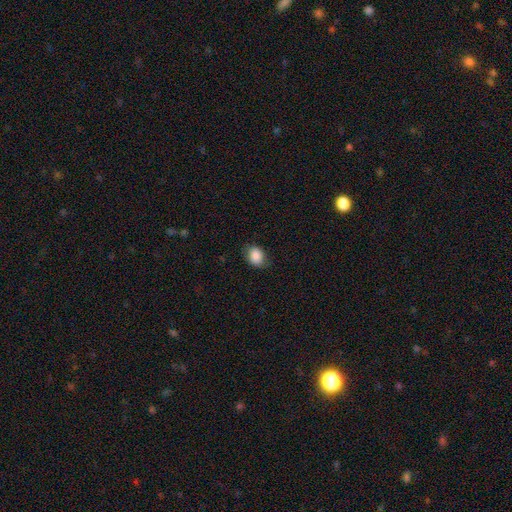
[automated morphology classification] Smooth or featured? smooth (86%)
How rounded? in between (58%)
Merging? none (75%)